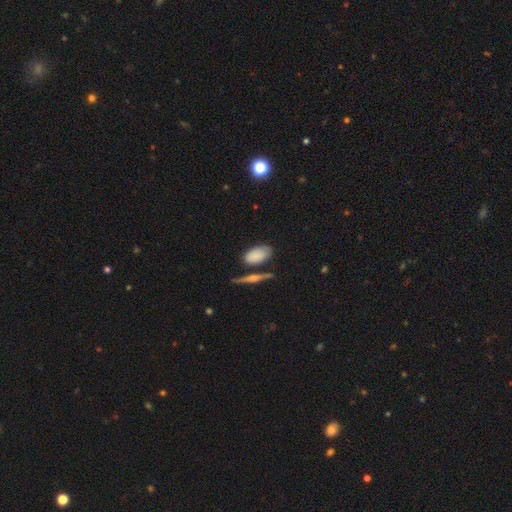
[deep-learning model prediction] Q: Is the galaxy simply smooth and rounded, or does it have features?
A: smooth — 80%.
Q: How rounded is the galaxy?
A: in between — 90%.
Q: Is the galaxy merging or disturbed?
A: none — 61%.